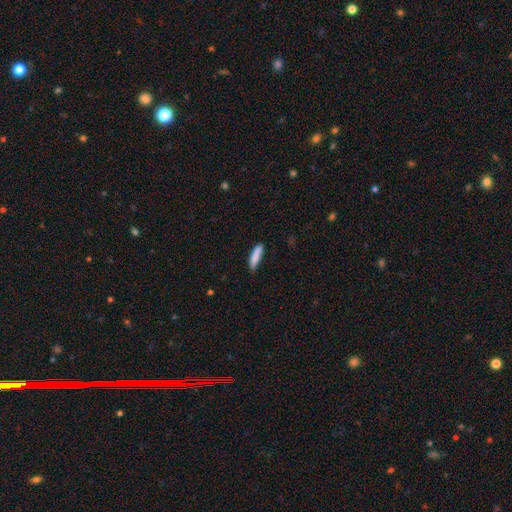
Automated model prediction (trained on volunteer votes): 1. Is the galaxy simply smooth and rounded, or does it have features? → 86% smooth, 7% featured or disk, 7% star or artifact.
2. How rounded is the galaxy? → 76% cigar-shaped, 23% in between, 1% round.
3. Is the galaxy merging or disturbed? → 77% none, 19% minor disturbance, 3% major disturbance, 2% merger.